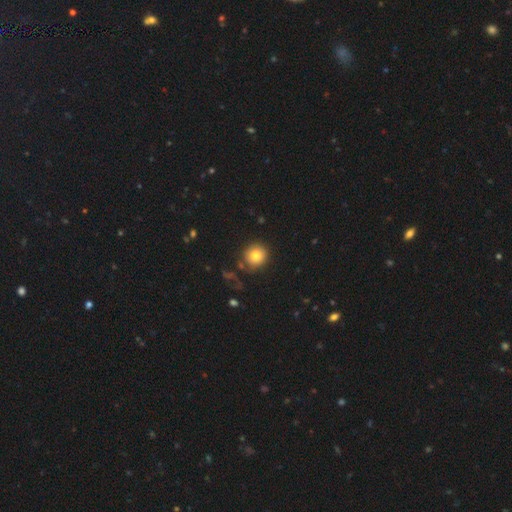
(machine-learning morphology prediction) This is clearly a smooth galaxy (81%). How rounded: clearly round (91%). Merging: clearly none (84%).